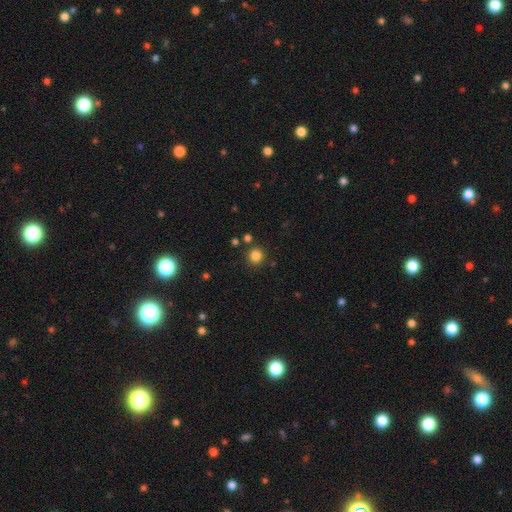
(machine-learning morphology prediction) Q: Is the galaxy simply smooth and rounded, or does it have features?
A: smooth — 83%.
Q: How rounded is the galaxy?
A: round — 93%.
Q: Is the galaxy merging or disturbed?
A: none — 86%.